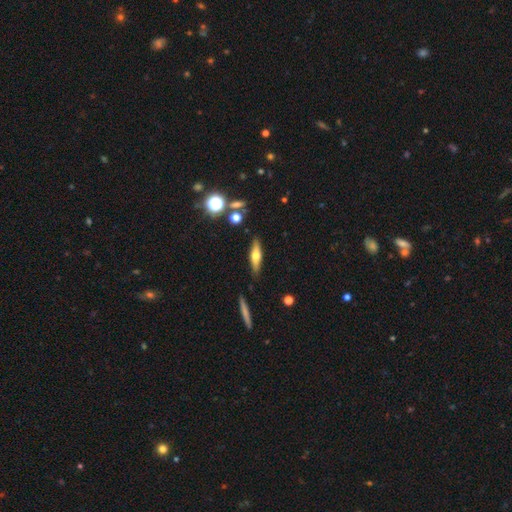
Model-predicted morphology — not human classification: A smooth galaxy with no disk features (50%). Merging: none (84%).